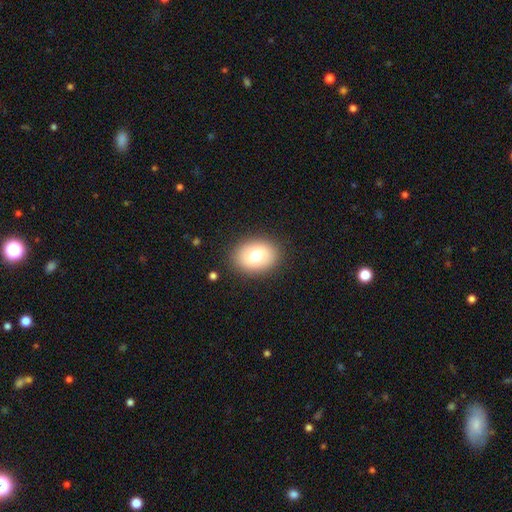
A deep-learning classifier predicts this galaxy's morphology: This appears to be a smooth galaxy with no disk features (74%) that is in between round and cigar-shaped (66%). Merging: none (87%).